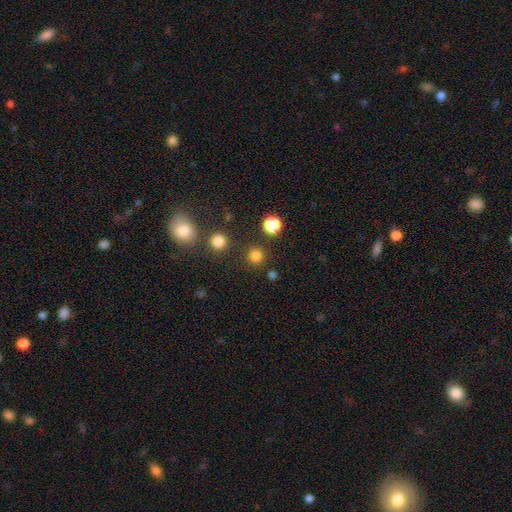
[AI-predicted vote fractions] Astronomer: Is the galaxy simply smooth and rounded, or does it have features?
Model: smooth — 79%.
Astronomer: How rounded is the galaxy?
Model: round — 94%.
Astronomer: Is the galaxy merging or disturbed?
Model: none — 87%.